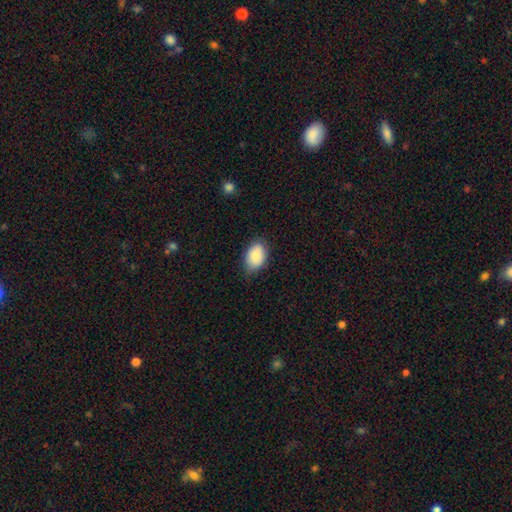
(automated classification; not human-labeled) A smooth galaxy with no disk features (86%) that is in between round and cigar-shaped (87%).

Vote fractions:
- Smooth or featured? smooth: 86% / featured or disk: 7% / star or artifact: 7%
- How rounded? in between: 87% / round: 12% / cigar-shaped: 1%
- Merging? none: 75% / minor disturbance: 20% / major disturbance: 4% / merger: 1%